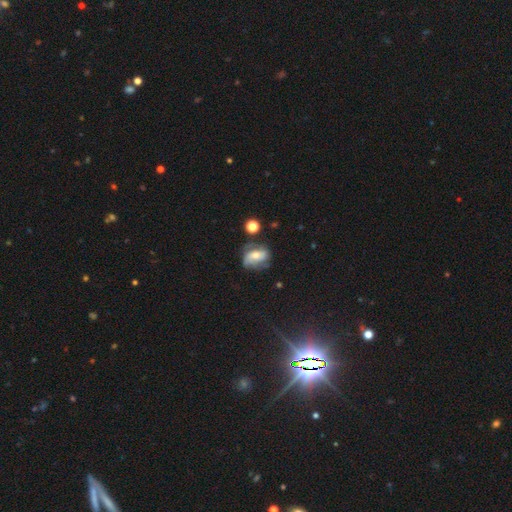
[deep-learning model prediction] A featured or disk galaxy (57%) with no bar (51%), spiral arms (81%) and a moderate central bulge (51%).

Vote fractions:
- Smooth or featured? featured or disk: 57% / smooth: 33% / star or artifact: 10%
- Edge-on disk? no: 96% / yes: 4%
- Bar? no: 51% / weak: 31% / strong: 18%
- Spiral arms? yes: 81% / no: 19%
- Bulge size? moderate: 51% / small: 40% / large: 5% / none: 3% / dominant: 1%
- Merging? none: 53% / minor disturbance: 26% / major disturbance: 15% / merger: 5%